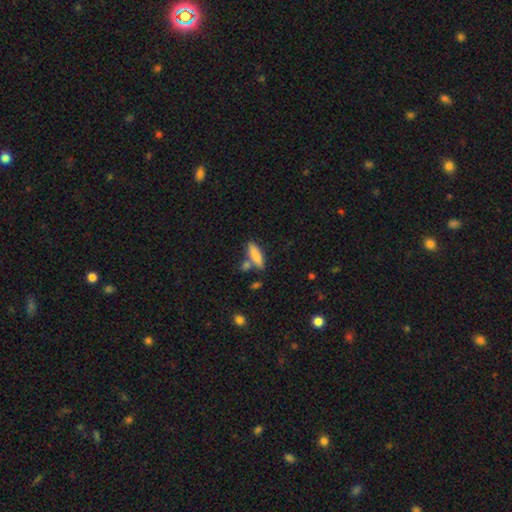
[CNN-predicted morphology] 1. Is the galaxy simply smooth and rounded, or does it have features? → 76% smooth, 17% featured or disk, 7% star or artifact.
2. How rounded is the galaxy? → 56% cigar-shaped, 41% in between, 2% round.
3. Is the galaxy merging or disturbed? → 67% none, 16% merger, 13% minor disturbance, 4% major disturbance.